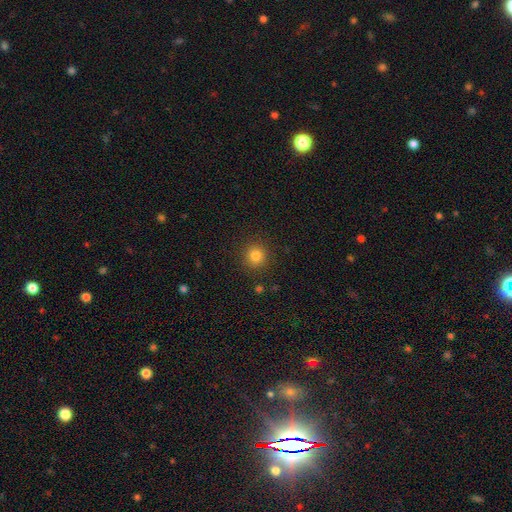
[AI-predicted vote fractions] Q: Smooth or featured?
A: smooth (82%); runner-up: star or artifact (13%)
Q: How rounded?
A: round (93%); runner-up: in between (6%)
Q: Merging?
A: none (90%); runner-up: minor disturbance (6%)